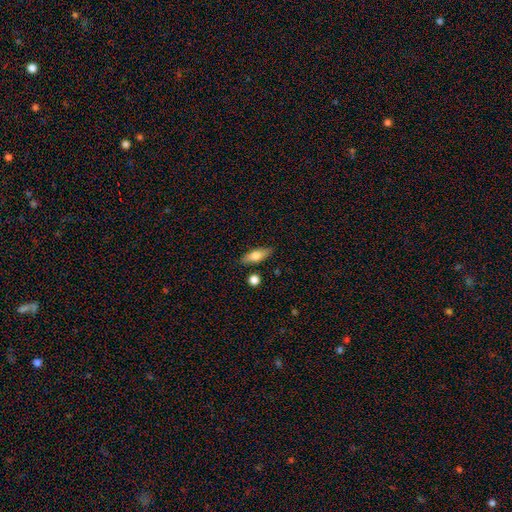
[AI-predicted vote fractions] smooth_or_featured: smooth (p=0.66) [alt: featured or disk p=0.28]
how_rounded: in between (p=0.60) [alt: cigar-shaped p=0.37]
merging: none (p=0.83) [alt: minor disturbance p=0.11]